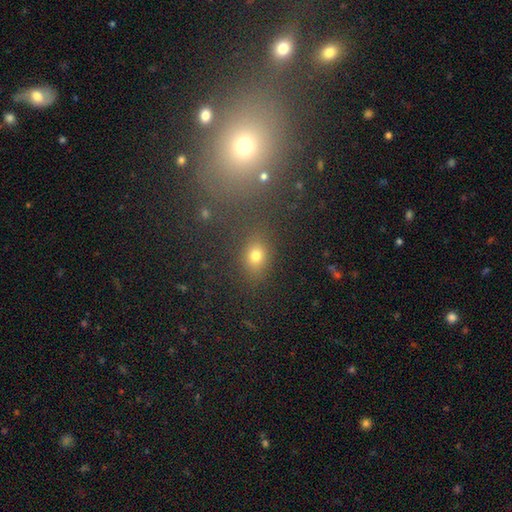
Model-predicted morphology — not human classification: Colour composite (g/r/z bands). It shows a smooth galaxy with no disk features (70%) that is in between round and cigar-shaped (55%). Merging: none (77%).